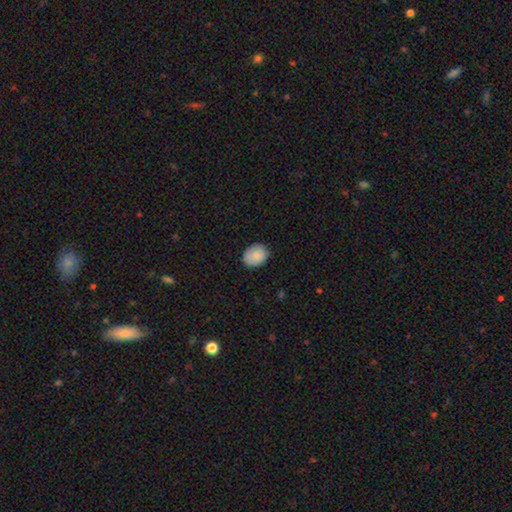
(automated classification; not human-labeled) A smooth galaxy with no disk features (86%) that is in between round and cigar-shaped (60%). Merging: none (81%).